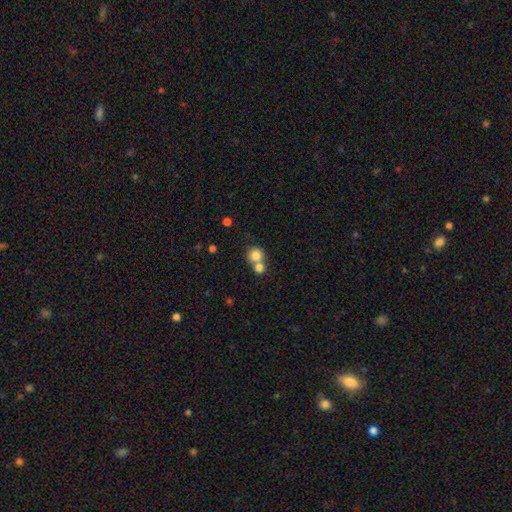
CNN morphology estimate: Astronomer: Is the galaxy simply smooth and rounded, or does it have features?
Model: smooth — 81%.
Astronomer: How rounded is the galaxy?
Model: round — 88%.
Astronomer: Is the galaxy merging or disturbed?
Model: merger — 47% (runner-up: none, 44%).